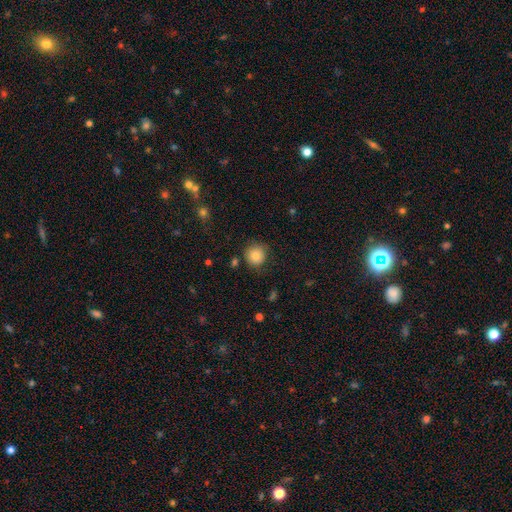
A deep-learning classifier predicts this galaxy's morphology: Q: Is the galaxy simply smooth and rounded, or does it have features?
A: smooth — 83%.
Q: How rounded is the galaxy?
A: round — 92%.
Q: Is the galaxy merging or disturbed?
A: none — 79%.